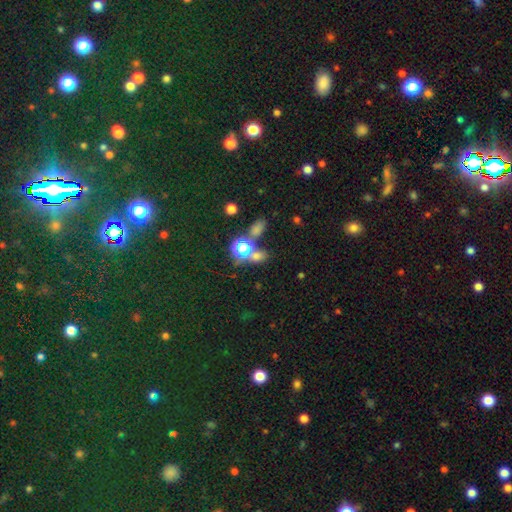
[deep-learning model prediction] smooth 57%, star or artifact 34%, featured or disk 9%. Down the decision tree: how rounded — round (52%); merging — none (58%).